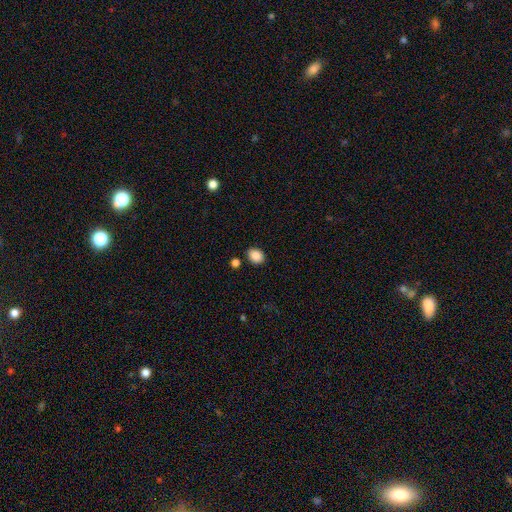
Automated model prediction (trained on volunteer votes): Q: Smooth or featured?
A: smooth (88%); runner-up: star or artifact (9%)
Q: How rounded?
A: in between (52%); runner-up: round (48%)
Q: Merging?
A: none (86%); runner-up: minor disturbance (9%)